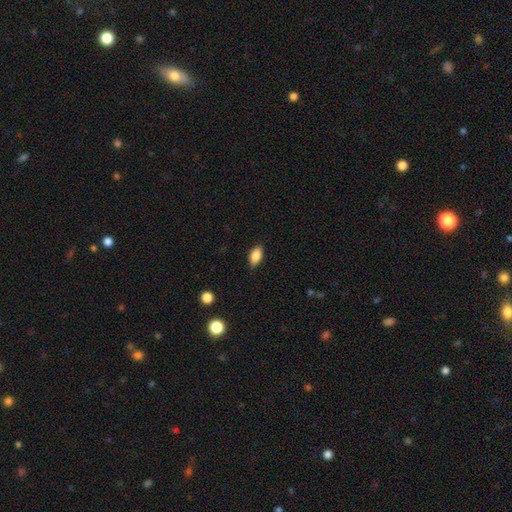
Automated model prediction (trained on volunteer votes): Smooth or featured?
  - smooth: 84% *
  - star or artifact: 8%
  - featured or disk: 8%
How rounded?
  - in between: 89% *
  - round: 6%
  - cigar-shaped: 5%
Merging?
  - none: 82% *
  - minor disturbance: 14%
  - major disturbance: 3%
  - merger: 1%